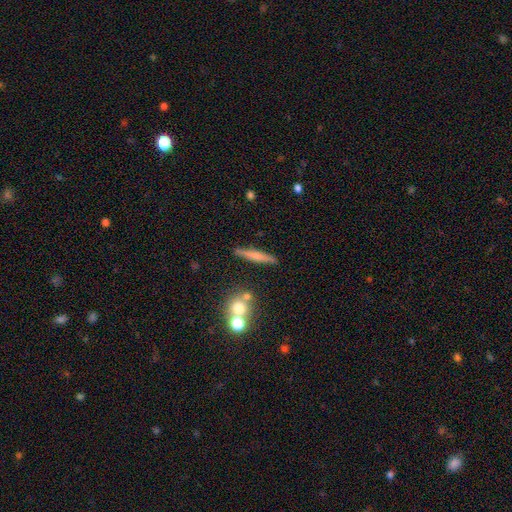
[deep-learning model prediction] Smooth or featured?
  - smooth: 56% *
  - featured or disk: 36%
  - star or artifact: 8%
How rounded?
  - cigar-shaped: 91% *
  - in between: 7%
  - round: 3%
Merging?
  - none: 85% *
  - minor disturbance: 9%
  - merger: 4%
  - major disturbance: 2%